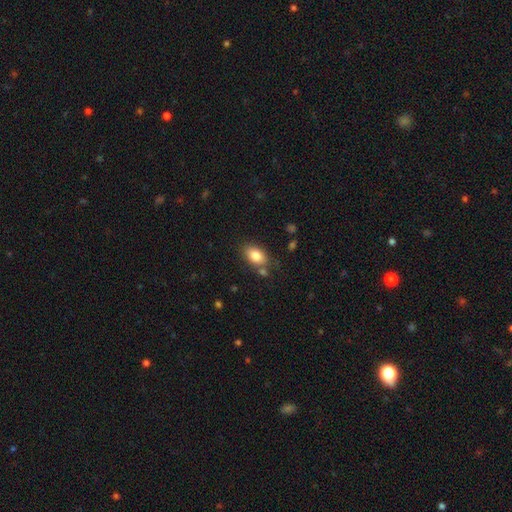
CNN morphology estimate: This is clearly a smooth galaxy (83%). How rounded: clearly in between (88%). Merging: likely none (74%).